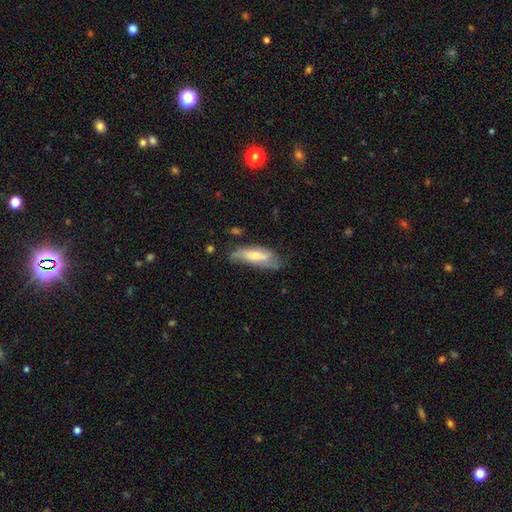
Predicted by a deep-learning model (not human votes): smooth_or_featured: smooth (p=0.55) [alt: featured or disk p=0.39]
how_rounded: in between (p=0.60) [alt: cigar-shaped p=0.38]
merging: none (p=0.45) [alt: minor disturbance p=0.34]